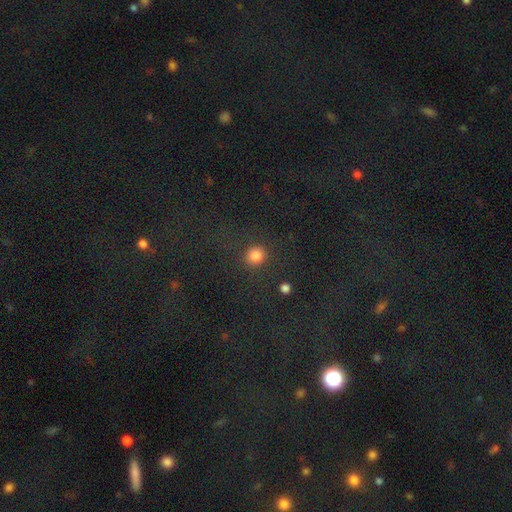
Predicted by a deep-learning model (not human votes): smooth_or_featured: smooth (p=0.81) [alt: star or artifact p=0.14]
how_rounded: round (p=0.87) [alt: in between p=0.11]
merging: none (p=0.83) [alt: minor disturbance p=0.08]